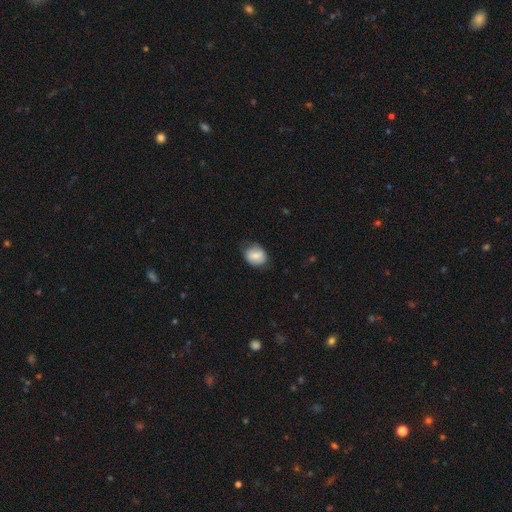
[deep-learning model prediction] Overall: smooth (78%). How rounded: round (54%; in between 45%). Merging: none (68%).